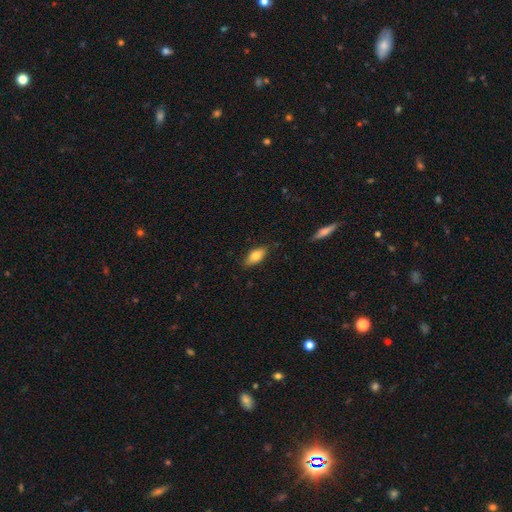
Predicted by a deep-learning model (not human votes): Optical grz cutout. It shows a smooth galaxy with no disk features (76%) that is in between round and cigar-shaped (81%). Merging: none (83%).